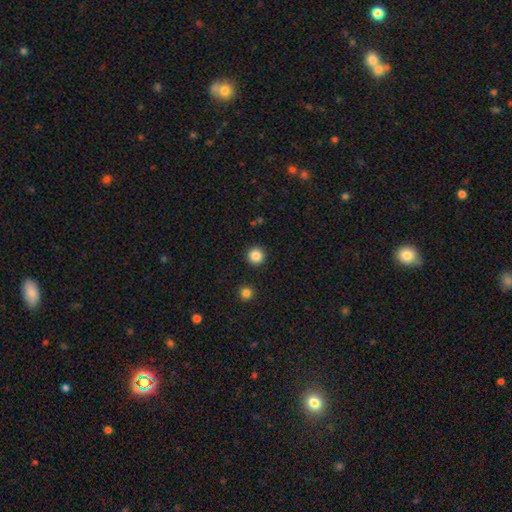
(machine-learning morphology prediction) This is clearly a smooth galaxy (86%). How rounded: clearly round (96%). Merging: clearly none (93%).